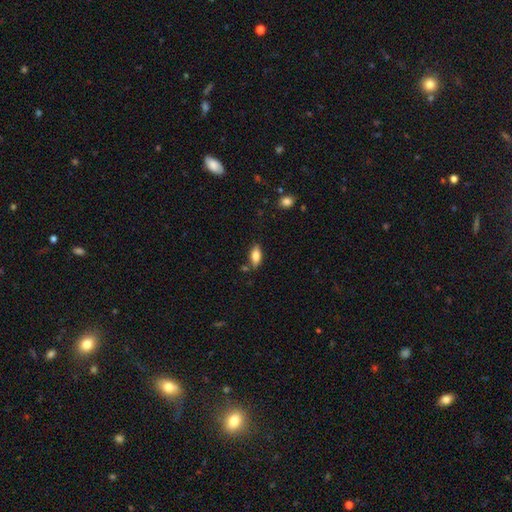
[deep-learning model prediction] smooth-or-featured: smooth: 81% | featured or disk: 12% | star or artifact: 7%
  how-rounded: in between: 84% | cigar-shaped: 14% | round: 3%
  merging: none: 76% | minor disturbance: 16% | merger: 5% | major disturbance: 3%